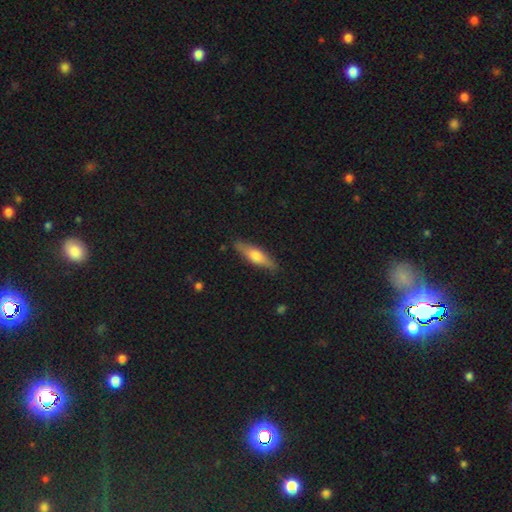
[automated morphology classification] Overall: smooth (53%; featured or disk 42%). How rounded: cigar-shaped (68%; in between 30%). Merging: none (86%).